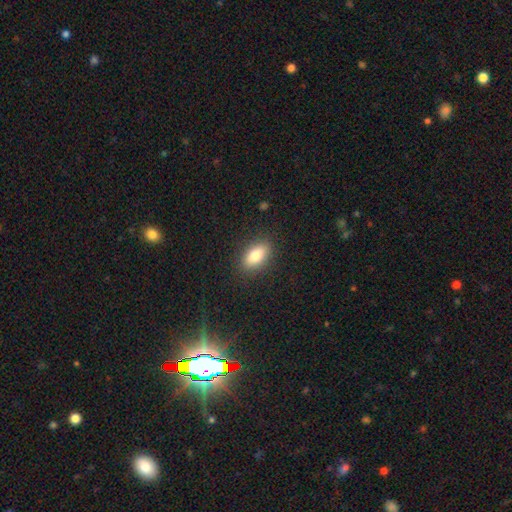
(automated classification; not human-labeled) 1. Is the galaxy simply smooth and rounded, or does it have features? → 80% smooth, 13% featured or disk, 8% star or artifact.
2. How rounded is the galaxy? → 85% in between, 10% cigar-shaped, 5% round.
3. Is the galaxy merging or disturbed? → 87% none, 9% minor disturbance, 3% major disturbance, 1% merger.